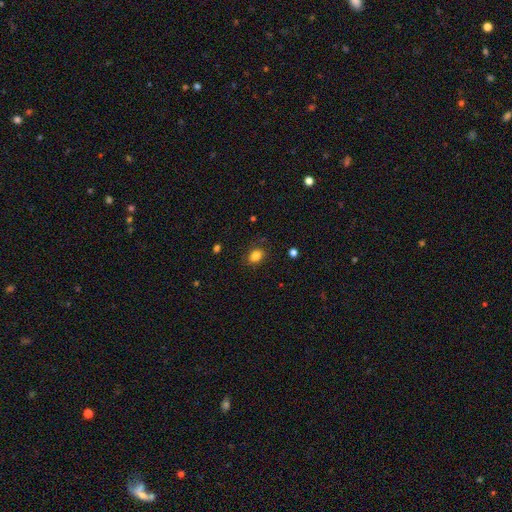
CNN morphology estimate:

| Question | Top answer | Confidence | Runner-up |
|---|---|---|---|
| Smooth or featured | smooth | 84% | star or artifact (10%) |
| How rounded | in between | 61% | round (38%) |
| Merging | none | 84% | minor disturbance (12%) |